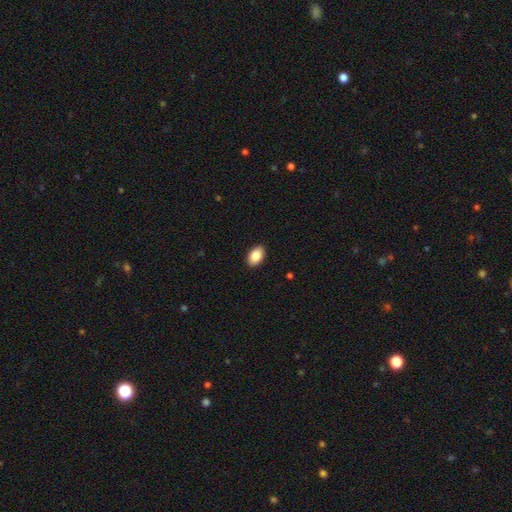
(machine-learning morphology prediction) A smooth galaxy with no disk features (88%) that is in between round and cigar-shaped (91%).

Vote fractions:
- Smooth or featured? smooth: 88% / star or artifact: 7% / featured or disk: 5%
- How rounded? in between: 91% / round: 7% / cigar-shaped: 1%
- Merging? none: 90% / minor disturbance: 7% / major disturbance: 2% / merger: 1%